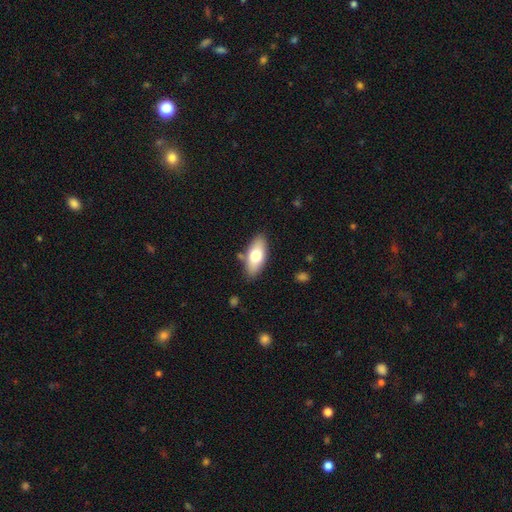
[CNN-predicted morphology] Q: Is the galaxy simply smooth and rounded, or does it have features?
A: smooth — 71%.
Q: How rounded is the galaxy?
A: in between — 85%.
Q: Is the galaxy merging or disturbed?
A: none — 83%.